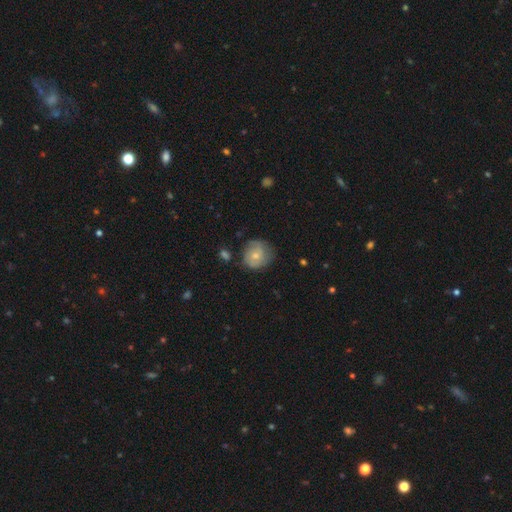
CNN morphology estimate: smooth 48%, featured or disk 46%, star or artifact 7%. Down the decision tree: merging — none (63%).